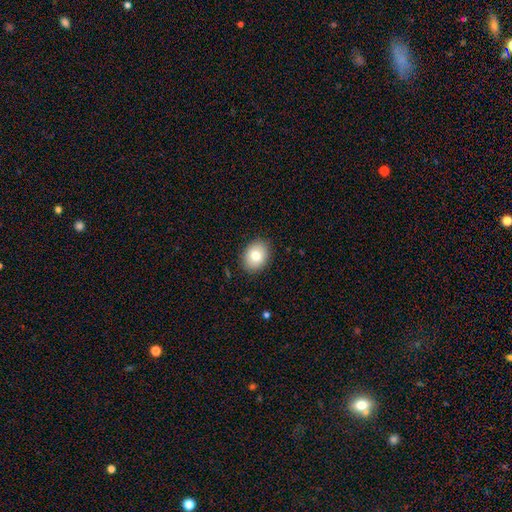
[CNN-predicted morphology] type=smooth (80%); roundness=in between (54%); merging=none (88%).